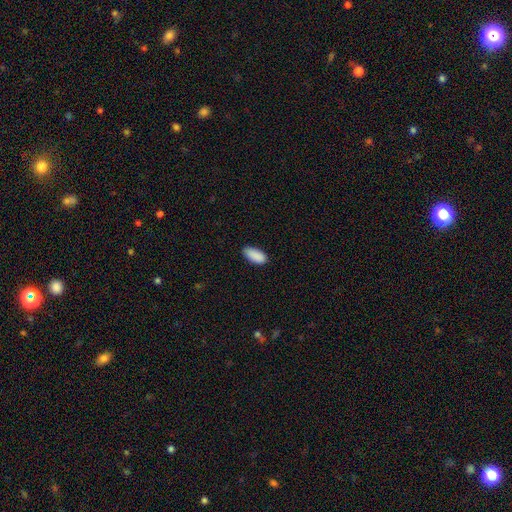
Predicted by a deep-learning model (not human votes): Smooth or featured? Predicted: smooth (p=0.90). How rounded? Predicted: in between (p=0.89). Merging? Predicted: none (p=0.83).